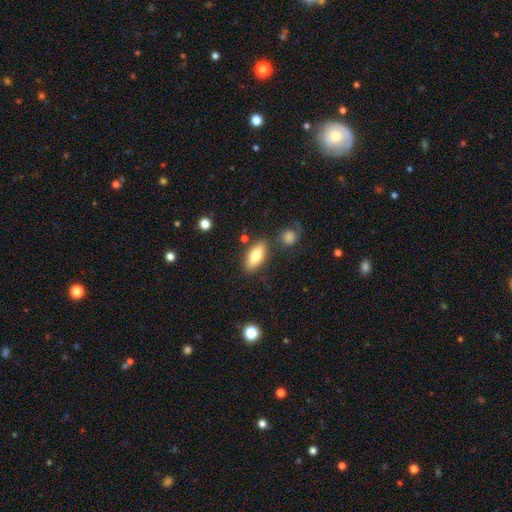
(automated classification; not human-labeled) A smooth galaxy with no disk features (76%) that is in between round and cigar-shaped (82%).

Vote fractions:
- Smooth or featured? smooth: 76% / featured or disk: 17% / star or artifact: 7%
- How rounded? in between: 82% / cigar-shaped: 15% / round: 3%
- Merging? none: 79% / minor disturbance: 12% / merger: 6% / major disturbance: 3%